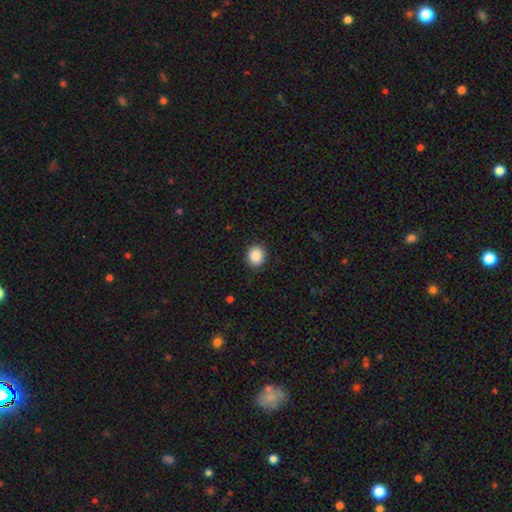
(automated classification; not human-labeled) smooth 88%, star or artifact 9%, featured or disk 3%. Down the decision tree: how rounded — round (77%); merging — none (90%).